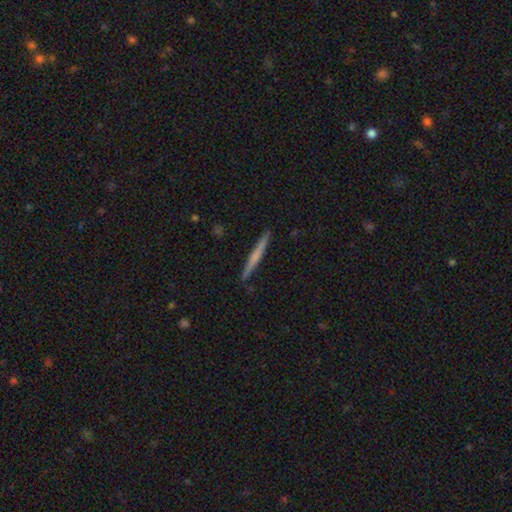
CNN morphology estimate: Overall: smooth (50%; featured or disk 45%). Merging: none (91%).